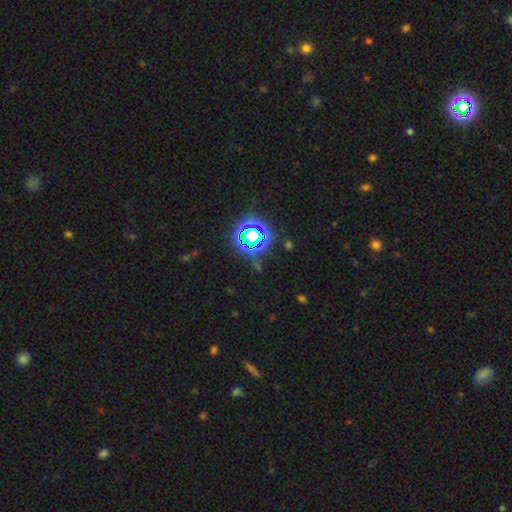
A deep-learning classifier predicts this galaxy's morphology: Overall: star or artifact (79%).